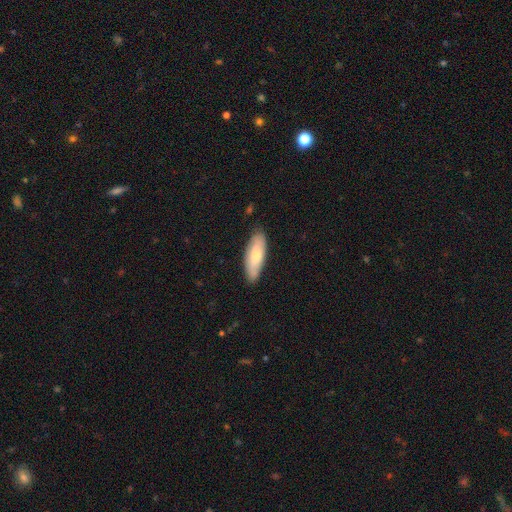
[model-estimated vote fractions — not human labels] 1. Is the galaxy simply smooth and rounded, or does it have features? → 70% smooth, 25% featured or disk, 5% star or artifact.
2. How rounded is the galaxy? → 63% in between, 36% cigar-shaped, 2% round.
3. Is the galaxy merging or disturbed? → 83% none, 13% minor disturbance, 2% major disturbance, 1% merger.